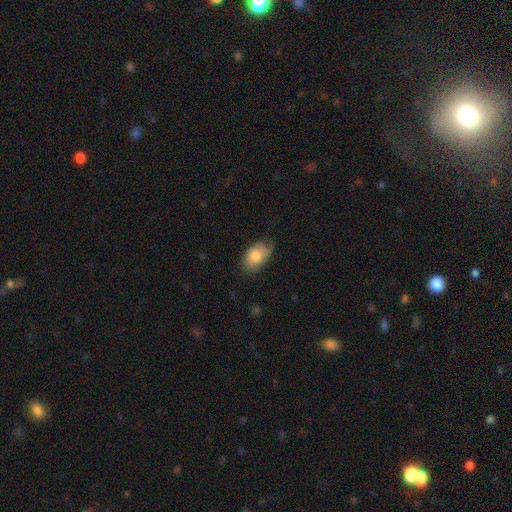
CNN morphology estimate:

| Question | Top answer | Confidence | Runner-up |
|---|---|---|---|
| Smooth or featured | smooth | 73% | featured or disk (20%) |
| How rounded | in between | 89% | round (9%) |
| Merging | none | 51% | minor disturbance (35%) |